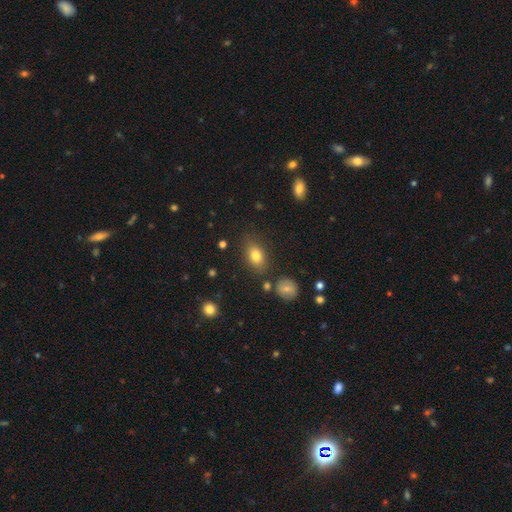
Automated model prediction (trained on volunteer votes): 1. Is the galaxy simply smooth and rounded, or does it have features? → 80% smooth, 10% star or artifact, 10% featured or disk.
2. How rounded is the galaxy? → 81% in between, 16% round, 2% cigar-shaped.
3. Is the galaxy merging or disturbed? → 78% none, 13% minor disturbance, 4% major disturbance, 4% merger.